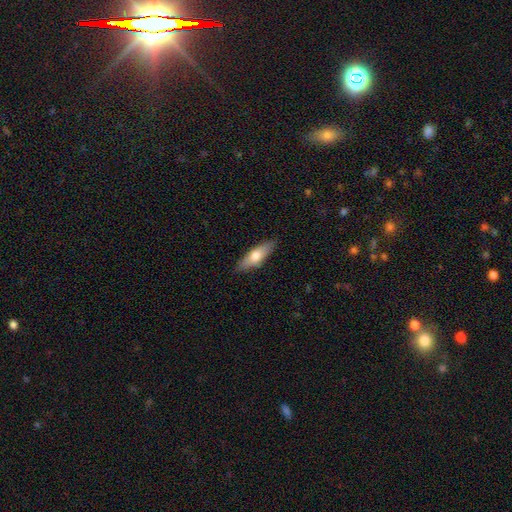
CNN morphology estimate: type=smooth (63%); roundness=cigar-shaped (53%); merging=none (87%).